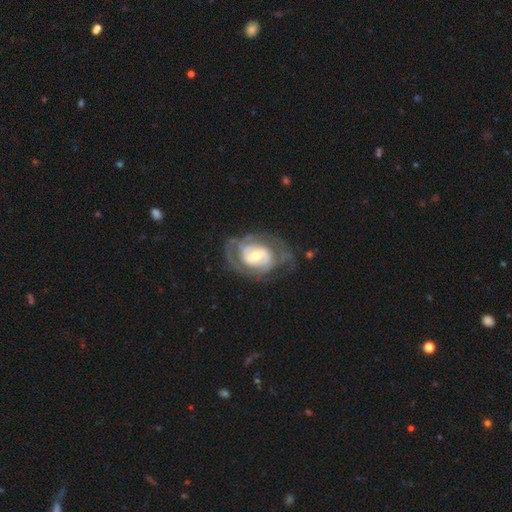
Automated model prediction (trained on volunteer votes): Smooth or featured? Predicted: featured or disk (p=0.84). Edge-on disk? Predicted: no (p=0.97). Bar? Predicted: weak (p=0.44). Spiral arms? Predicted: yes (p=0.88). Spiral winding? Predicted: tight (p=0.57). Spiral arm count? Predicted: 2 (p=0.44). Bulge size? Predicted: moderate (p=0.59). Merging? Predicted: none (p=0.62).